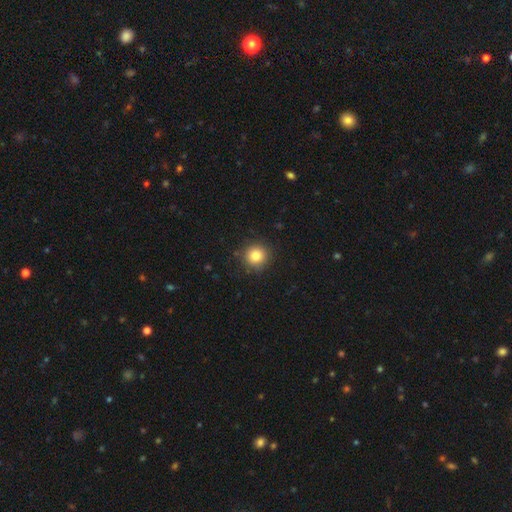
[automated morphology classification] A smooth galaxy with no disk features (82%) that is round (93%).

Vote fractions:
- Smooth or featured? smooth: 82% / star or artifact: 11% / featured or disk: 6%
- How rounded? round: 93% / in between: 6% / cigar-shaped: 1%
- Merging? none: 89% / minor disturbance: 7% / major disturbance: 2% / merger: 1%